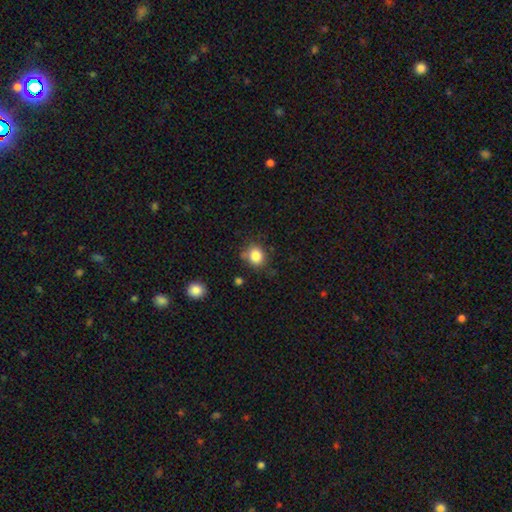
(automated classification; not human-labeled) Smooth or featured? Predicted: smooth (p=0.84). How rounded? Predicted: round (p=0.75). Merging? Predicted: none (p=0.75).